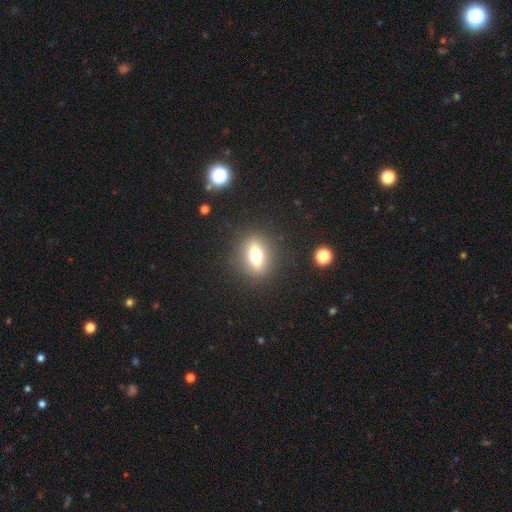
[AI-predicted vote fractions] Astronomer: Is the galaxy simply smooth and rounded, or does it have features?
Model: smooth — 57%.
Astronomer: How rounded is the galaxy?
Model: in between — 59%.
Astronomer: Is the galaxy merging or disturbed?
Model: none — 86%.